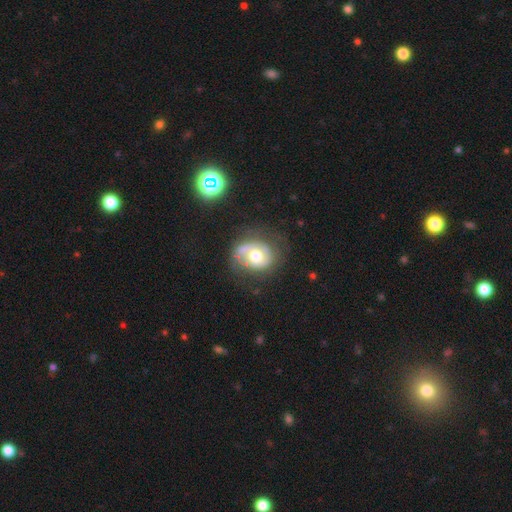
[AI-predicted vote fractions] This is likely a featured or disk galaxy (64%). It is clearly not viewed edge-on (97%). Bar: likely no (75%). Spiral arm pattern: likely yes (75%). Central bulge: likely moderate (65%). Merging: possibly none (59%).